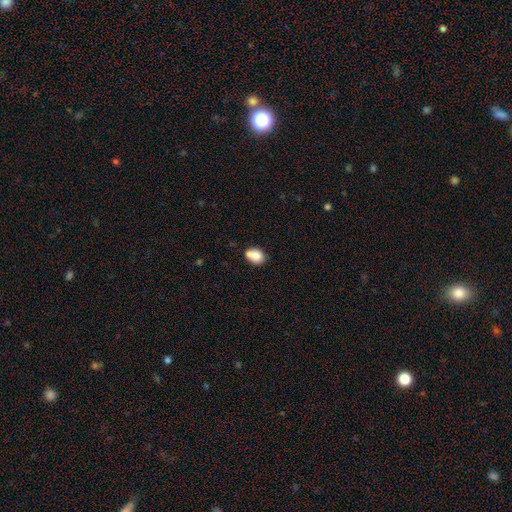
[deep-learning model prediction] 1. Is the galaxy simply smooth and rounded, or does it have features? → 79% smooth, 12% featured or disk, 9% star or artifact.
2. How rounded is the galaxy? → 65% in between, 34% round, 1% cigar-shaped.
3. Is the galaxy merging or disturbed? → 47% none, 29% merger, 19% minor disturbance, 5% major disturbance.